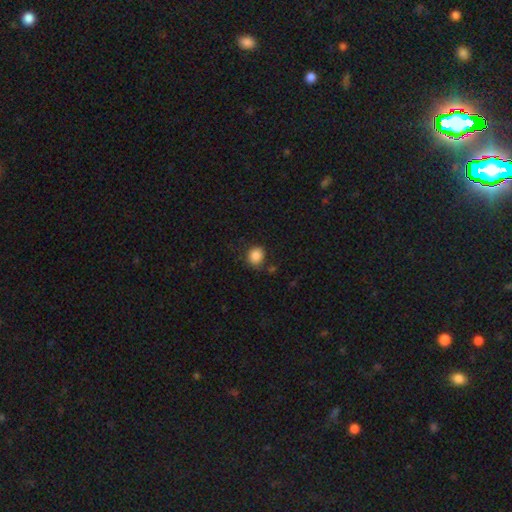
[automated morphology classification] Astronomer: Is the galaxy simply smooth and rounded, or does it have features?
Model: smooth — 86%.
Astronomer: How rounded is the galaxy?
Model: round — 76%.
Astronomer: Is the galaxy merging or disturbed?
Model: none — 80%.